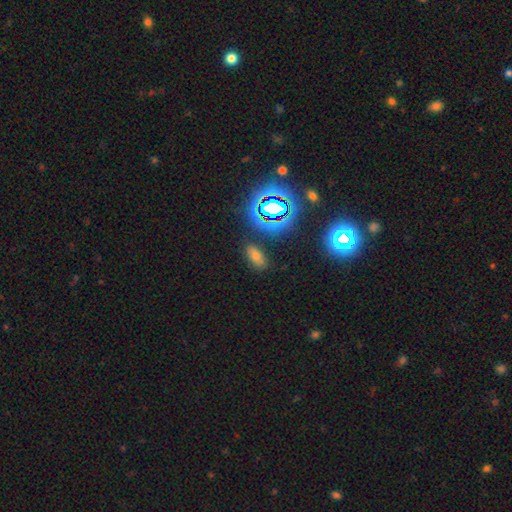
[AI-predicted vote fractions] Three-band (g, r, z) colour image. It shows a smooth galaxy with no disk features (56%) that is in between round and cigar-shaped (86%). Merging: none (84%).